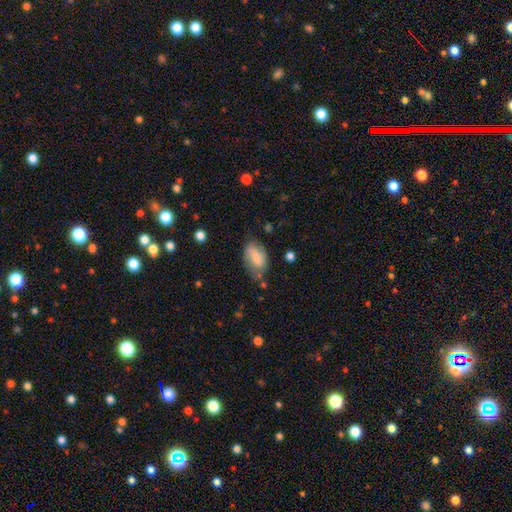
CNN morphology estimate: The model was most divided on "merging": none: 57%, minor disturbance: 29%, major disturbance: 10%, merger: 4%. More confident: how rounded — in between (91%); smooth or featured — smooth (65%).